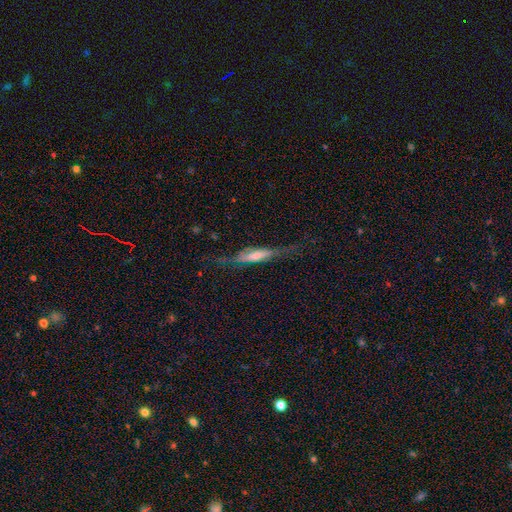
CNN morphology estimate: type=featured or disk (65%); edge-on=yes (82%); edge-on bulge=rounded (44%); merging=none (64%).